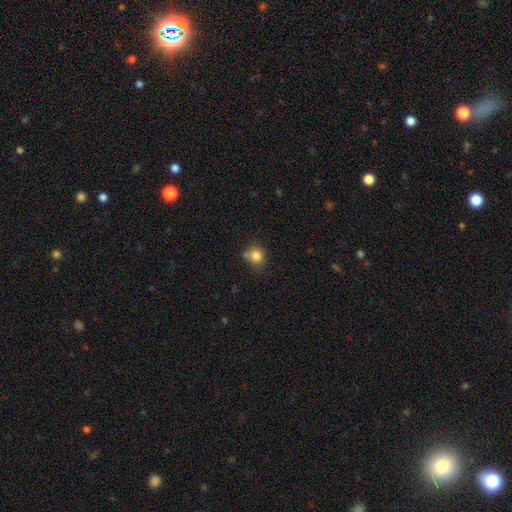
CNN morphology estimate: A smooth galaxy with no disk features (82%) that is round (78%).

Vote fractions:
- Smooth or featured? smooth: 82% / star or artifact: 11% / featured or disk: 7%
- How rounded? round: 78% / in between: 22% / cigar-shaped: 1%
- Merging? none: 67% / minor disturbance: 16% / merger: 12% / major disturbance: 4%